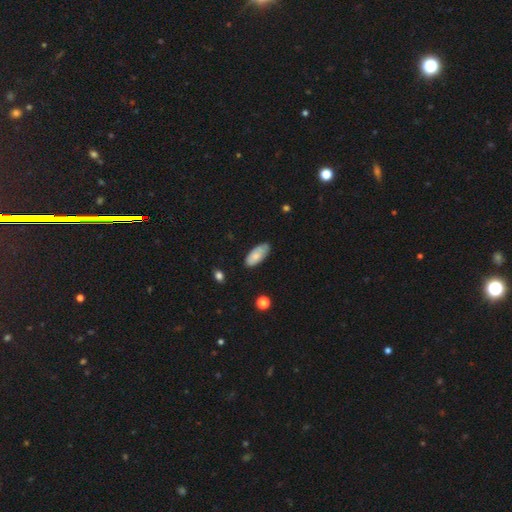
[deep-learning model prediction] This appears to be a smooth galaxy with no disk features (79%) that is in between round and cigar-shaped (89%). Merging: none (73%).